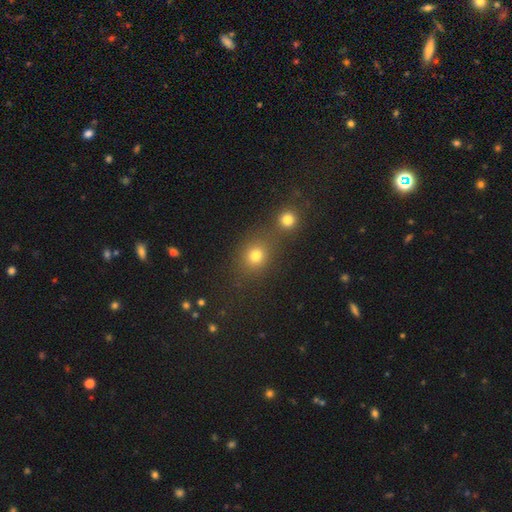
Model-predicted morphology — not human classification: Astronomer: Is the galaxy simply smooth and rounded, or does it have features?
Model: smooth — 76%.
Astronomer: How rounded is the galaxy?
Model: round — 76%.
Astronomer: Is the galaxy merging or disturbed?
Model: none — 58%.